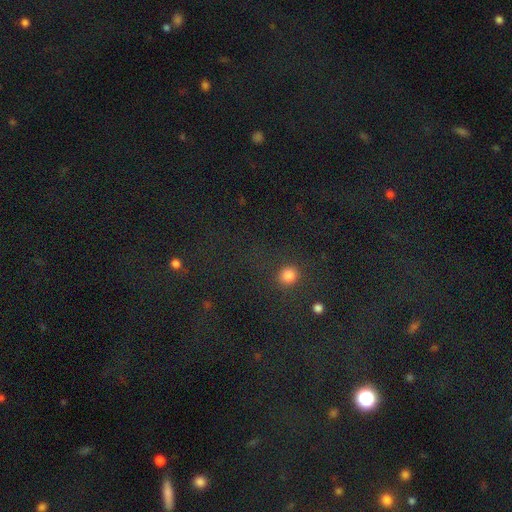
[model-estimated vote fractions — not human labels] Overall: star or artifact (69%).